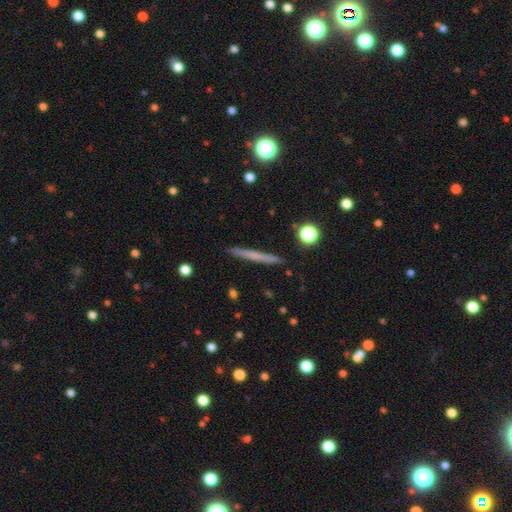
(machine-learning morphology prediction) Smooth or featured?
  - smooth: 55% *
  - featured or disk: 38%
  - star or artifact: 7%
How rounded?
  - cigar-shaped: 96% *
  - in between: 2%
  - round: 2%
Merging?
  - none: 92% *
  - minor disturbance: 6%
  - major disturbance: 1%
  - merger: 1%